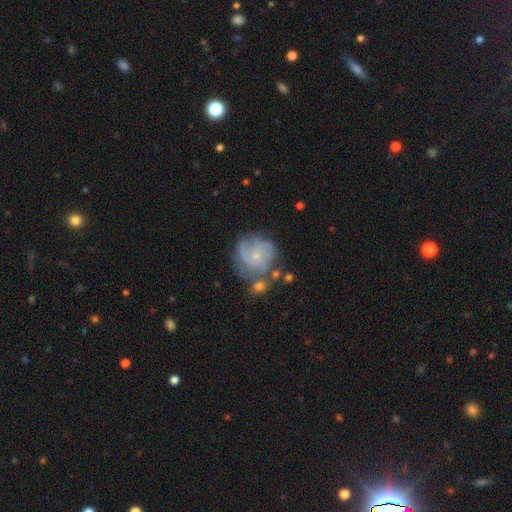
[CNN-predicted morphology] type=featured or disk (75%); edge-on=no (98%); bar=no (71%); spiral arms=yes (91%); winding=tight (44%); arm count=2 (32%); bulge=small (73%); merging=none (55%).